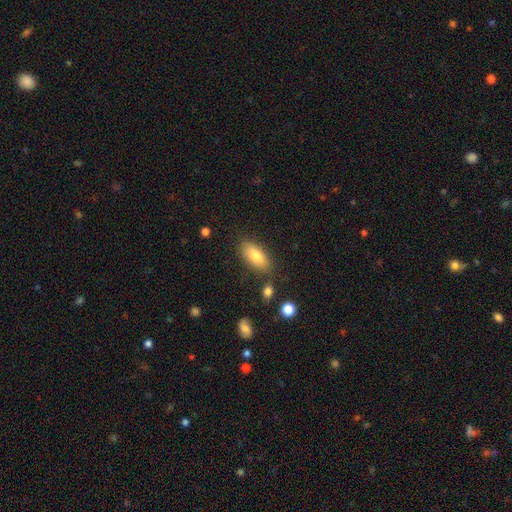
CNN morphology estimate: Overall: smooth (77%). How rounded: in between (83%). Merging: none (81%).